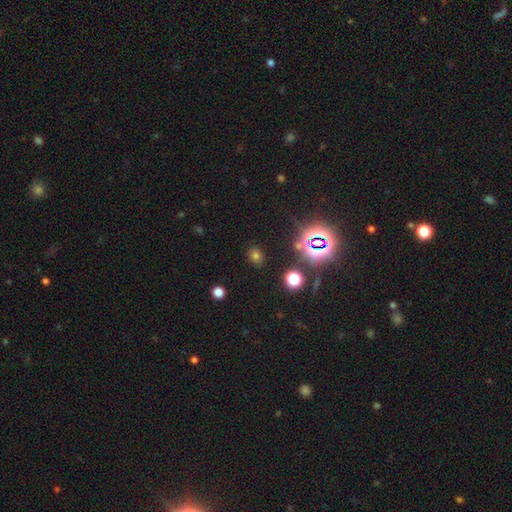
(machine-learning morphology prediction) smooth-or-featured: smooth: 60% | star or artifact: 32% | featured or disk: 8%
  how-rounded: round: 56% | in between: 42% | cigar-shaped: 1%
  merging: none: 85% | minor disturbance: 9% | major disturbance: 3% | merger: 2%